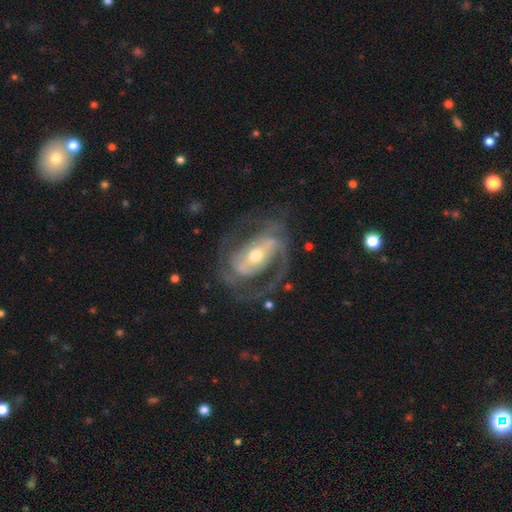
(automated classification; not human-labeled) Overall: featured or disk (87%). Edge-on disk: no (96%). Bar: strong (49%; weak 31%). Spiral arms: yes (88%). Spiral arm count: 2 (73%). Spiral winding: medium (47%; tight 34%). Bulge size: moderate (63%; small 29%). Merging: none (63%).